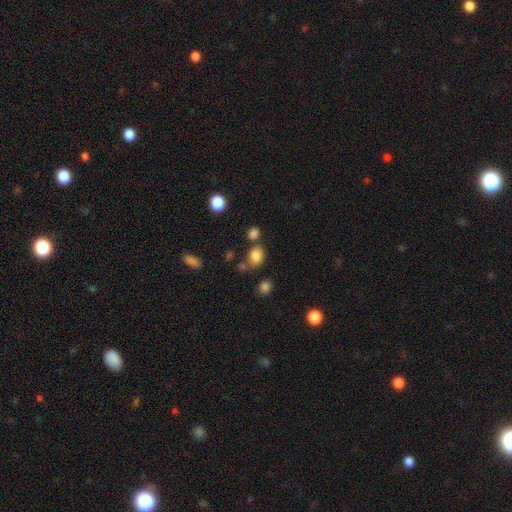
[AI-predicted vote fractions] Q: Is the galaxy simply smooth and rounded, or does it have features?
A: smooth — 82%.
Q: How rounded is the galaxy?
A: in between — 55%.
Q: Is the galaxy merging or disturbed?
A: none — 63%.